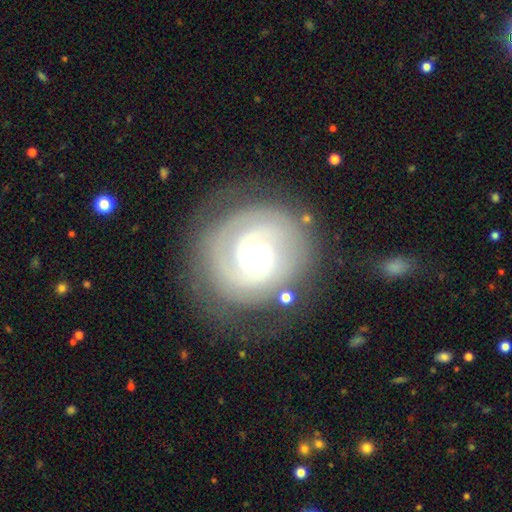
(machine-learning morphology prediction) A featured or disk galaxy (82%) with no bar (71%), 2 (46%) tight (73%) spiral arms (93%) and a moderate central bulge (65%). Merging: none (74%).